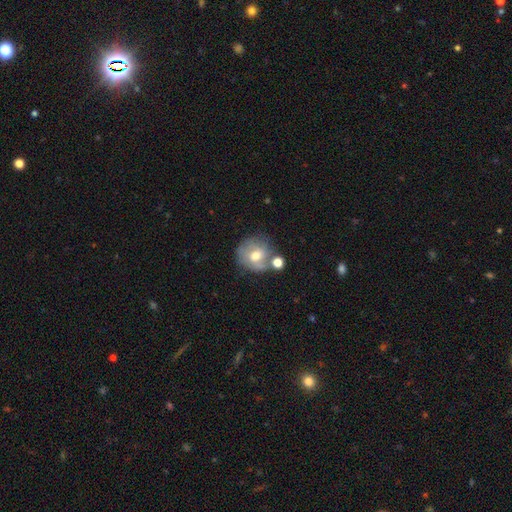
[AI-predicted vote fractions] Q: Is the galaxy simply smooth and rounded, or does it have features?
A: smooth — 47%.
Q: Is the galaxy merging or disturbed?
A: none — 48%.